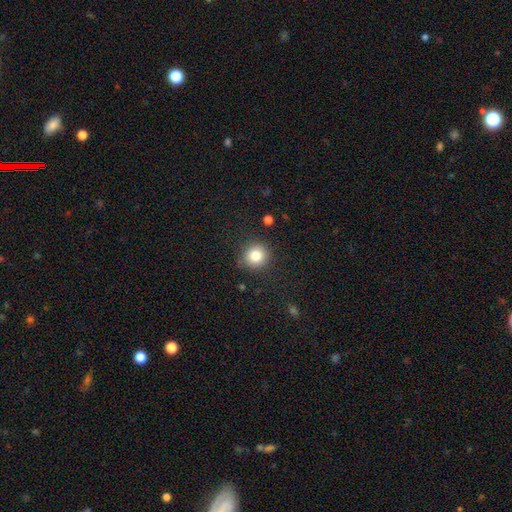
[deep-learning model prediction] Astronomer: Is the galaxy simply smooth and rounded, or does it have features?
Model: smooth — 82%.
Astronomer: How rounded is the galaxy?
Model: round — 91%.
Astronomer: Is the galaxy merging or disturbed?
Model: none — 87%.